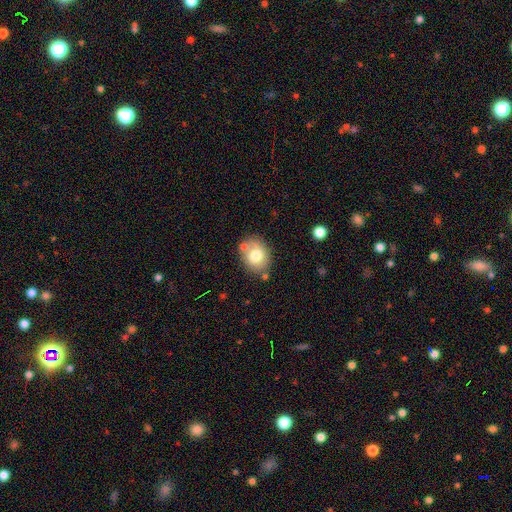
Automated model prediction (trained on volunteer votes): This is likely a smooth galaxy (73%). How rounded: possibly in between (53%). Merging: likely none (69%).